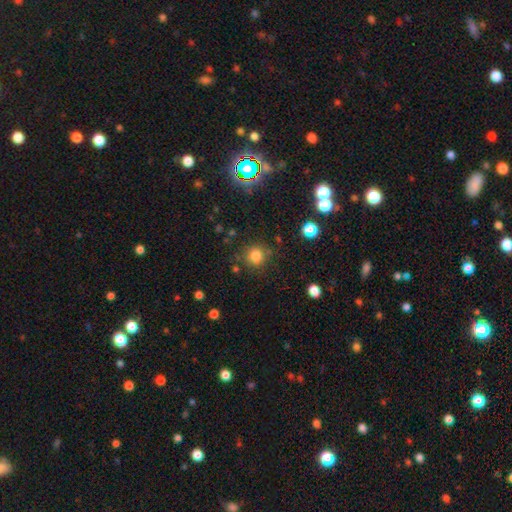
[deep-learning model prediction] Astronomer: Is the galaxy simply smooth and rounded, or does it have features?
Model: smooth — 79%.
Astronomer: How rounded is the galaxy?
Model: round — 91%.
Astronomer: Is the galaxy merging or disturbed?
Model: none — 81%.